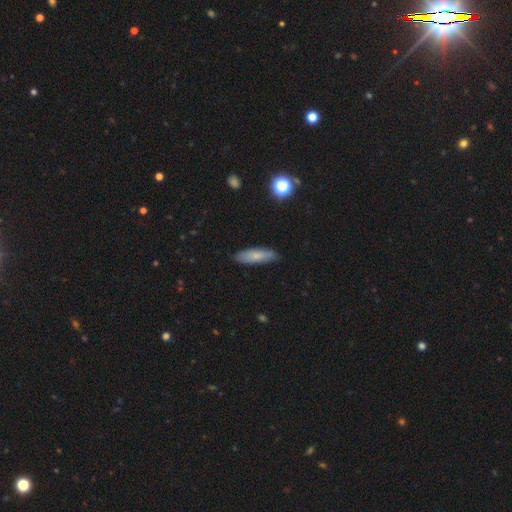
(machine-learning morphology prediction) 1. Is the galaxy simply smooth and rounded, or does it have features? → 73% smooth, 19% featured or disk, 7% star or artifact.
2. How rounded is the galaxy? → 61% cigar-shaped, 37% in between, 2% round.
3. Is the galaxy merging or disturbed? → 85% none, 11% minor disturbance, 2% major disturbance, 1% merger.